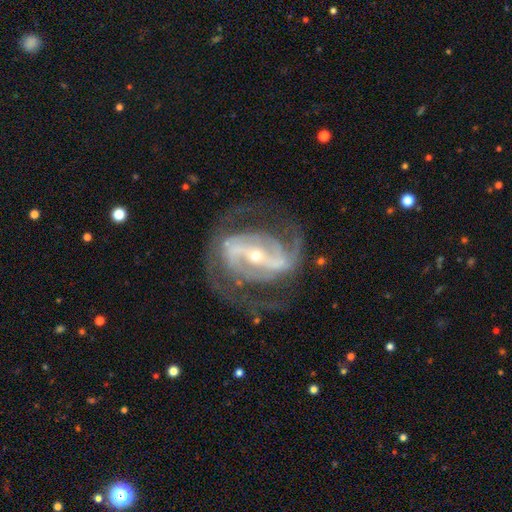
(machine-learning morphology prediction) Smooth or featured? Predicted: featured or disk (p=0.91). Edge-on disk? Predicted: no (p=0.96). Bar? Predicted: strong (p=0.68). Spiral arms? Predicted: yes (p=0.96). Spiral winding? Predicted: medium (p=0.51). Spiral arm count? Predicted: 2 (p=0.73). Bulge size? Predicted: small (p=0.69). Merging? Predicted: none (p=0.67).